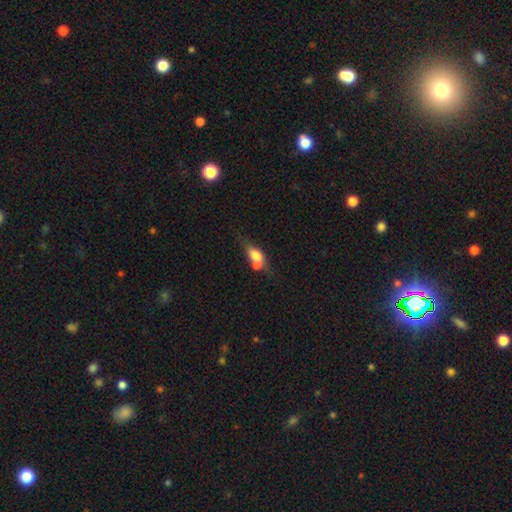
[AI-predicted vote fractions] smooth 65%, featured or disk 27%, star or artifact 8%. Down the decision tree: how rounded — in between (69%); merging — merger (47%).